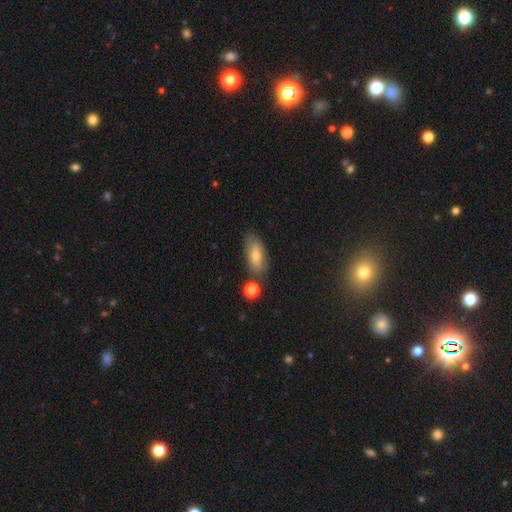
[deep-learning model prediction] This appears to be a smooth galaxy with no disk features (74%) that is in between round and cigar-shaped (84%). Merging: none (69%).